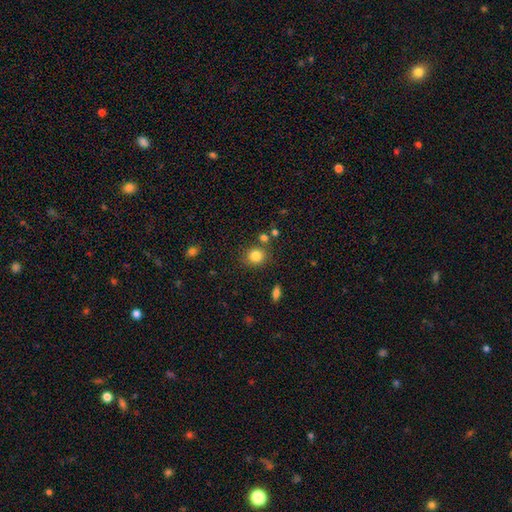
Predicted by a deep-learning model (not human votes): Q: Smooth or featured?
A: smooth (83%); runner-up: star or artifact (11%)
Q: How rounded?
A: round (82%); runner-up: in between (17%)
Q: Merging?
A: none (79%); runner-up: minor disturbance (10%)